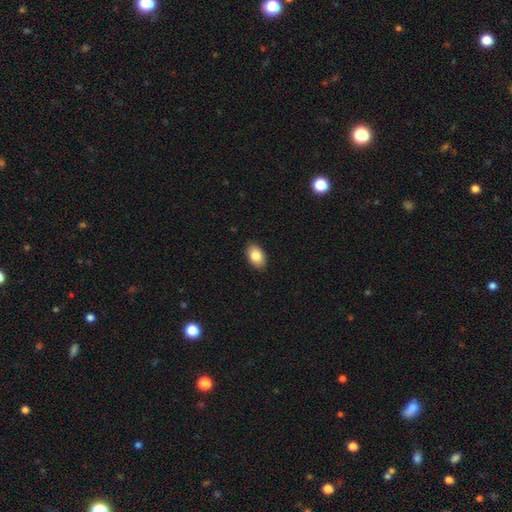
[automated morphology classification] The model was most divided on "smooth or featured": smooth: 85%, featured or disk: 8%, star or artifact: 7%. More confident: how rounded — in between (91%); merging — none (89%).